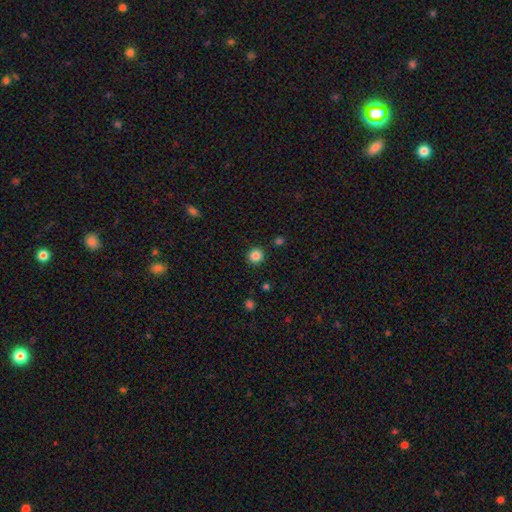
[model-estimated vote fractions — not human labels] Overall: smooth (85%). How rounded: round (94%). Merging: none (92%).